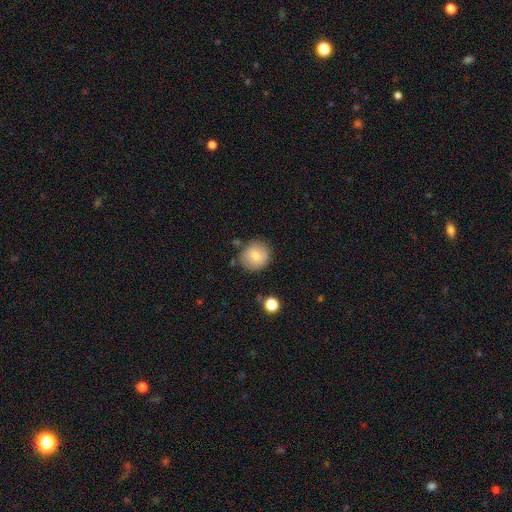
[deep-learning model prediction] The model was most divided on "smooth or featured": smooth: 75%, featured or disk: 16%, star or artifact: 9%. More confident: how rounded — round (87%); merging — none (80%).